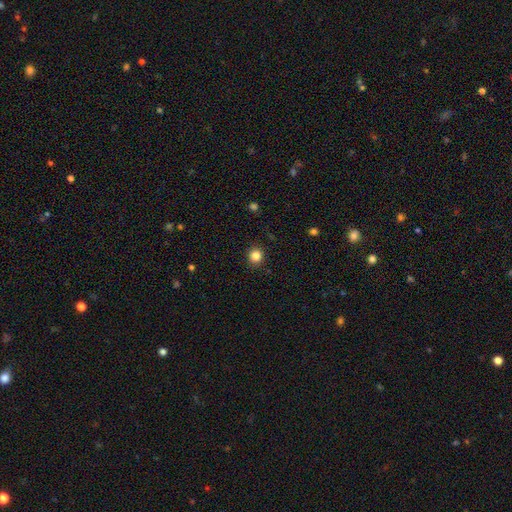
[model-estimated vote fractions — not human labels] This appears to be a smooth galaxy with no disk features (84%) that is round (90%). Merging: none (91%).